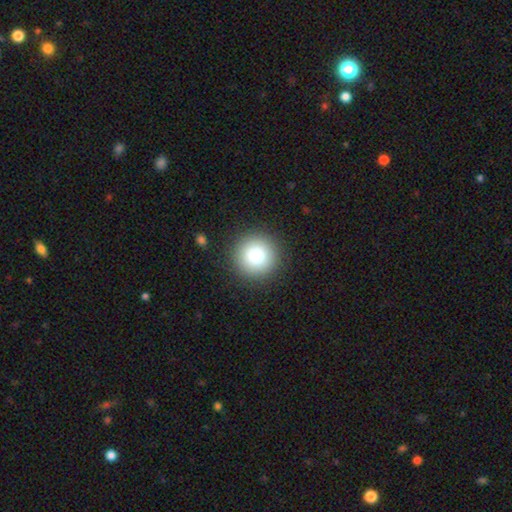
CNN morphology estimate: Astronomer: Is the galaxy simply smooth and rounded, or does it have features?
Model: smooth — 79%.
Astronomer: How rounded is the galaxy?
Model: round — 96%.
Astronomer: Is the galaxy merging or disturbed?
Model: none — 91%.